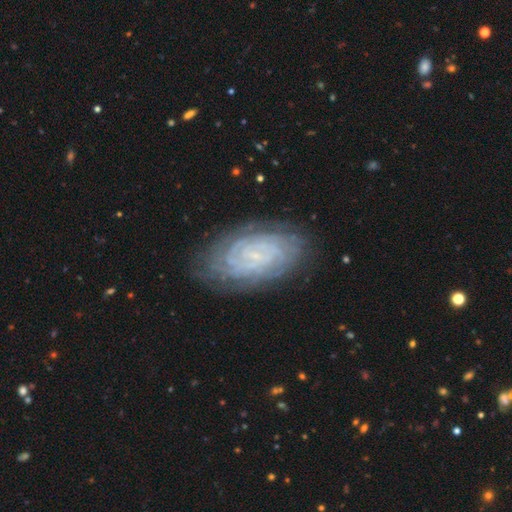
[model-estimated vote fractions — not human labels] smooth_or_featured: featured or disk (p=0.79) [alt: smooth p=0.12]
disk_edge_on: no (p=0.96) [alt: yes p=0.04]
bar: no (p=0.64) [alt: weak p=0.27]
has_spiral_arms: yes (p=0.95) [alt: no p=0.05]
spiral_winding: tight (p=0.82) [alt: medium p=0.15]
spiral_arm_count: can't tell (p=0.41) [alt: 2 p=0.17]
bulge_size: small (p=0.78) [alt: none p=0.13]
merging: none (p=0.80) [alt: minor disturbance p=0.14]